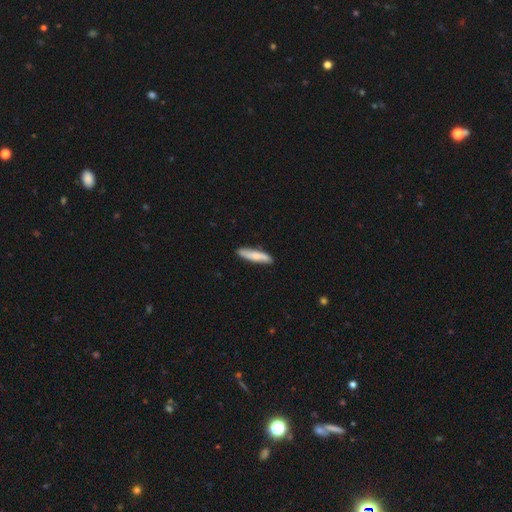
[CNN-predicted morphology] Smooth or featured: smooth — 70% (featured or disk — 25%)
How rounded: cigar-shaped — 84% (in between — 15%)
Merging: none — 87% (minor disturbance — 10%)